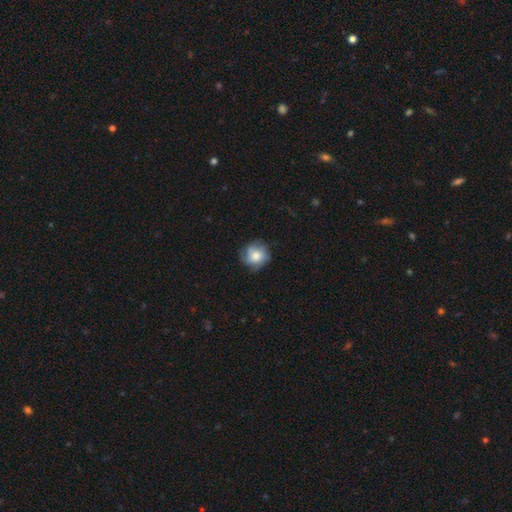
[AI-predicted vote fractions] The model was most divided on "smooth or featured": smooth: 58%, featured or disk: 32%, star or artifact: 10%. More confident: how rounded — round (86%); merging — none (69%).